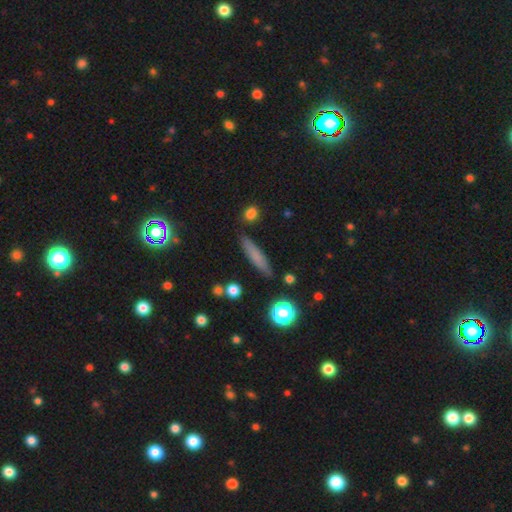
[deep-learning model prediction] This appears to be a smooth galaxy with no disk features (70%) that is cigar-shaped (84%). Merging: none (85%).